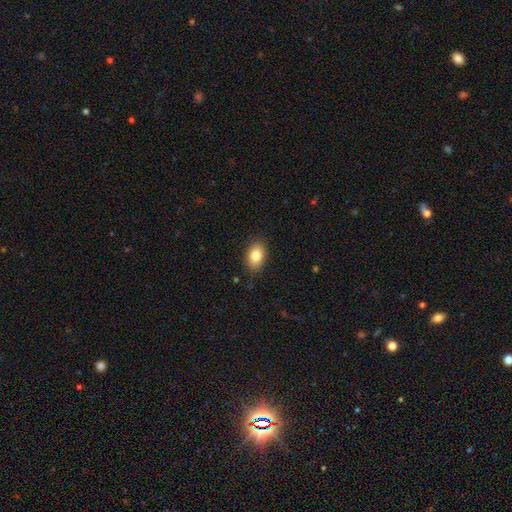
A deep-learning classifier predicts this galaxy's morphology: Smooth or featured? smooth (82%)
How rounded? in between (83%)
Merging? none (85%)